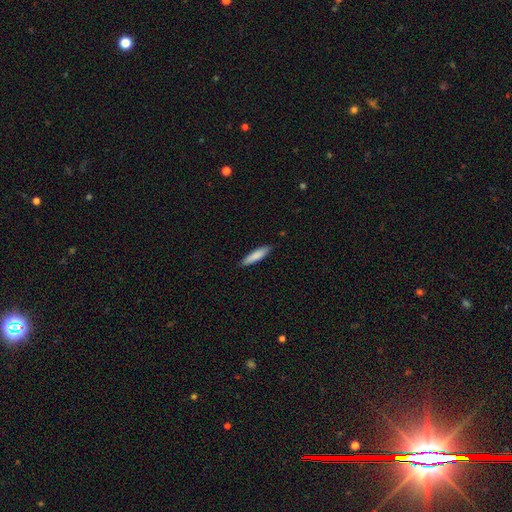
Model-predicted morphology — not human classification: type=smooth (83%); roundness=cigar-shaped (79%); merging=none (88%).